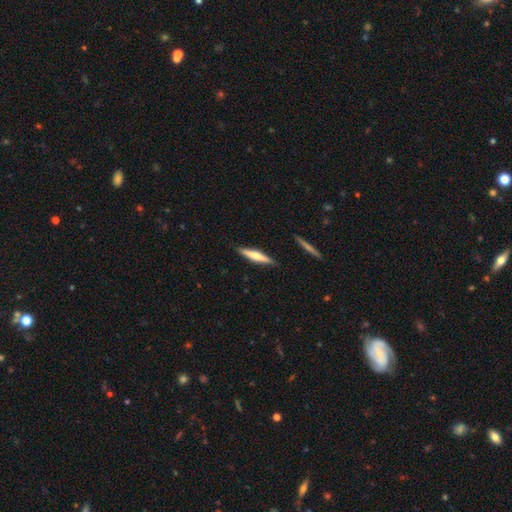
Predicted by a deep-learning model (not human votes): The model was most divided on "smooth or featured": smooth: 49%, featured or disk: 46%, star or artifact: 5%. More confident: merging — none (90%).